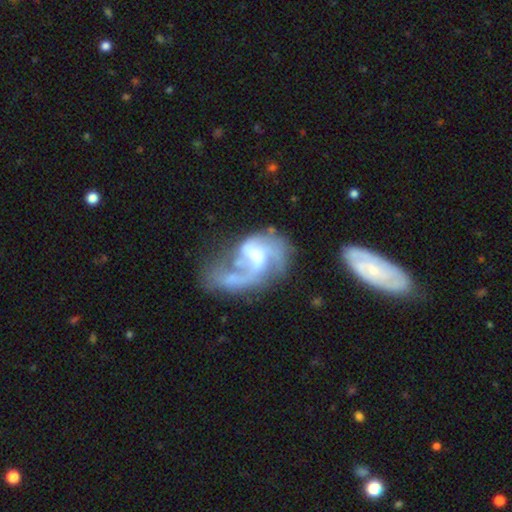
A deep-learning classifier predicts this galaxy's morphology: Smooth or featured?
  - featured or disk: 82% *
  - smooth: 11%
  - star or artifact: 7%
Edge-on disk?
  - no: 98% *
  - yes: 2%
Bar?
  - weak: 48% *
  - no: 39%
  - strong: 13%
Spiral arms?
  - yes: 89% *
  - no: 11%
Spiral winding?
  - loose: 48% *
  - medium: 41%
  - tight: 12%
Spiral arm count?
  - 2: 46% *
  - 1: 19%
  - 3: 14%
  - can't tell: 14%
  - 4: 4%
  - more than 4: 3%
Bulge size?
  - moderate: 49% *
  - small: 35%
  - none: 8%
  - large: 6%
  - dominant: 1%
Merging?
  - major disturbance: 37% *
  - none: 31%
  - minor disturbance: 18%
  - merger: 14%